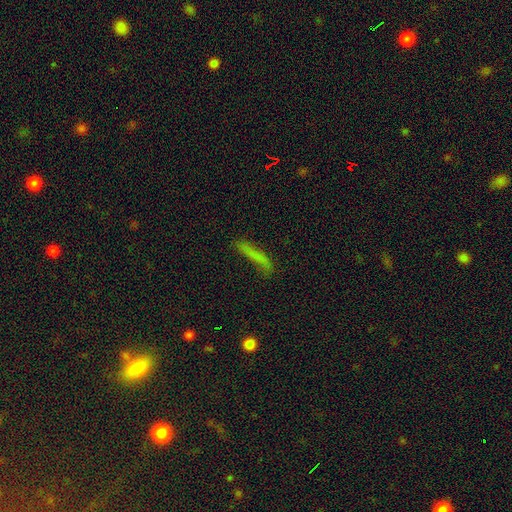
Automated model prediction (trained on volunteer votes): Smooth or featured? smooth (67%)
How rounded? cigar-shaped (89%)
Merging? none (63%)